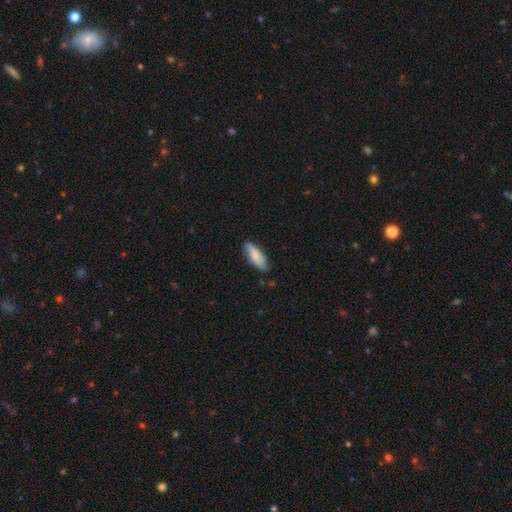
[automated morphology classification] Smooth or featured?
  - smooth: 70% *
  - featured or disk: 24%
  - star or artifact: 6%
How rounded?
  - in between: 66% *
  - cigar-shaped: 32%
  - round: 2%
Merging?
  - none: 74% *
  - minor disturbance: 21%
  - major disturbance: 3%
  - merger: 2%